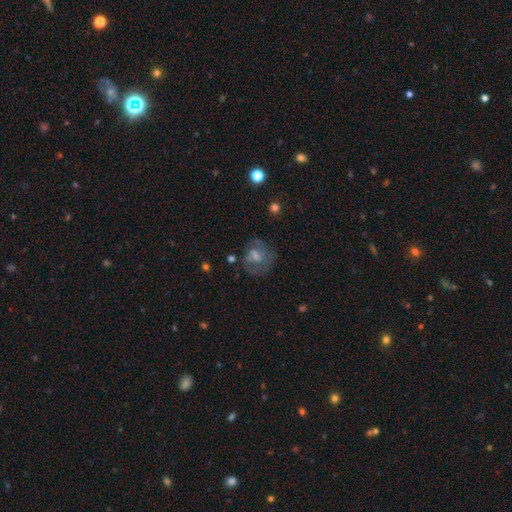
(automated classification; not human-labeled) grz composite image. It shows a featured or disk galaxy (49%). Merging: none (54%).